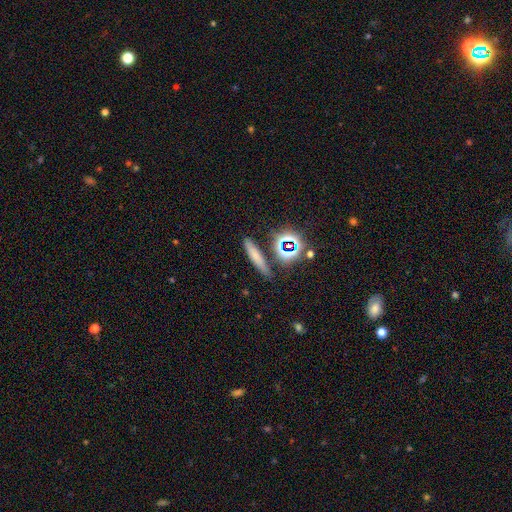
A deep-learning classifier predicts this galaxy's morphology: A smooth galaxy with no disk features (64%) that is cigar-shaped (78%).

Vote fractions:
- Smooth or featured? smooth: 64% / star or artifact: 19% / featured or disk: 17%
- How rounded? cigar-shaped: 78% / in between: 13% / round: 8%
- Merging? none: 81% / minor disturbance: 10% / merger: 6% / major disturbance: 3%